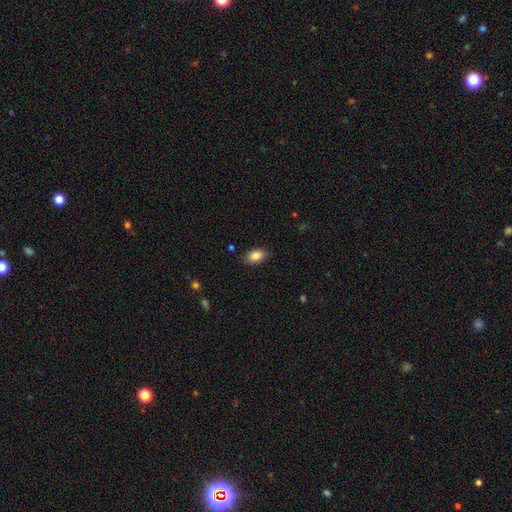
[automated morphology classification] This appears to be a smooth galaxy with no disk features (85%) that is in between round and cigar-shaped (90%). Merging: none (87%).